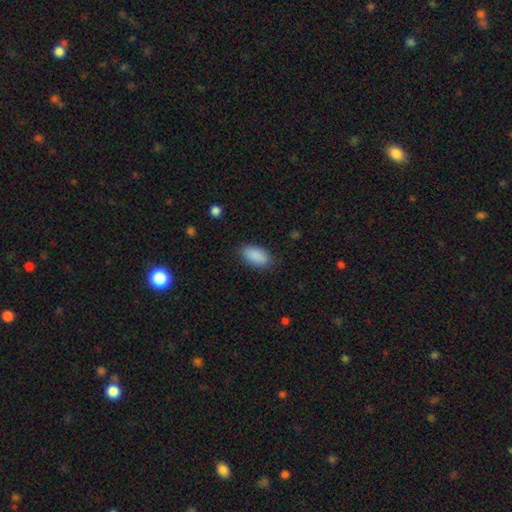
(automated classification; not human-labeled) Smooth or featured: smooth — 90% (star or artifact — 7%)
How rounded: in between — 92% (cigar-shaped — 4%)
Merging: none — 85% (minor disturbance — 11%)